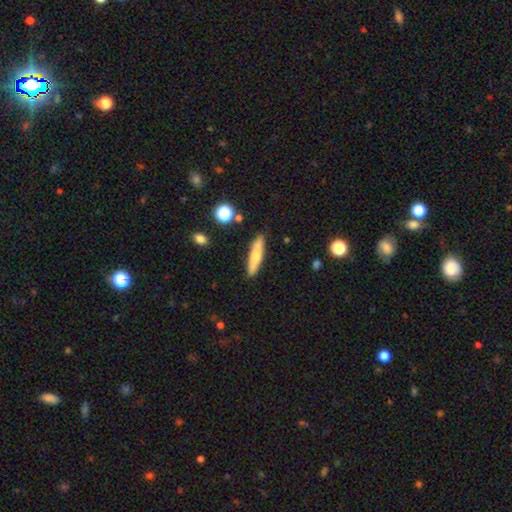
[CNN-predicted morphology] A smooth galaxy with no disk features (64%) that is cigar-shaped (82%).

Vote fractions:
- Smooth or featured? smooth: 64% / featured or disk: 30% / star or artifact: 7%
- How rounded? cigar-shaped: 82% / in between: 16% / round: 2%
- Merging? none: 87% / minor disturbance: 9% / merger: 2% / major disturbance: 2%